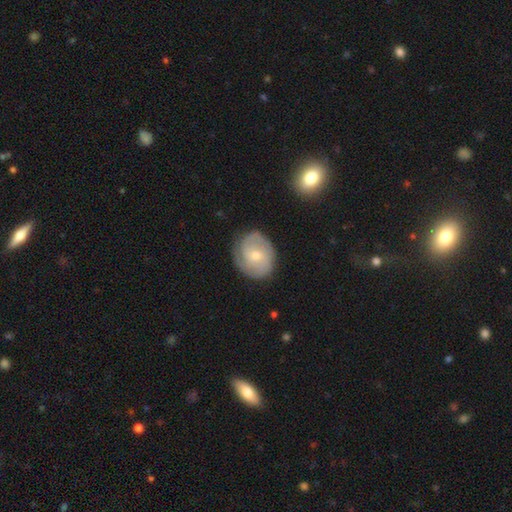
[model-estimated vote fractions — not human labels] smooth_or_featured: featured or disk (p=0.71) [alt: smooth p=0.24]
disk_edge_on: no (p=0.97) [alt: yes p=0.03]
bar: no (p=0.62) [alt: weak p=0.33]
has_spiral_arms: yes (p=0.91) [alt: no p=0.09]
spiral_winding: tight (p=0.59) [alt: medium p=0.31]
spiral_arm_count: 2 (p=0.38) [alt: can't tell p=0.28]
bulge_size: small (p=0.53) [alt: moderate p=0.43]
merging: none (p=0.77) [alt: minor disturbance p=0.17]